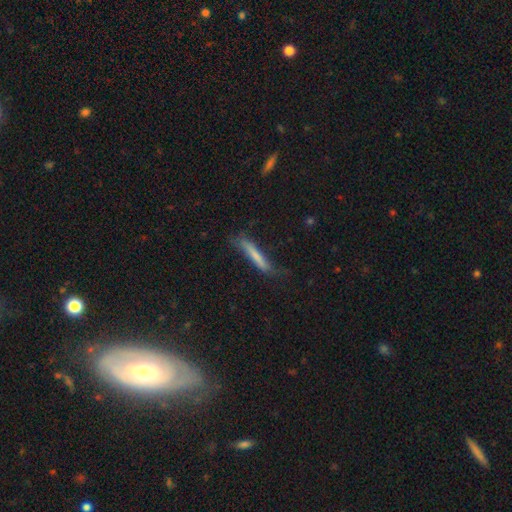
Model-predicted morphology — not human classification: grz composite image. It shows a smooth galaxy with no disk features (69%) that is cigar-shaped (93%). Merging: none (63%).